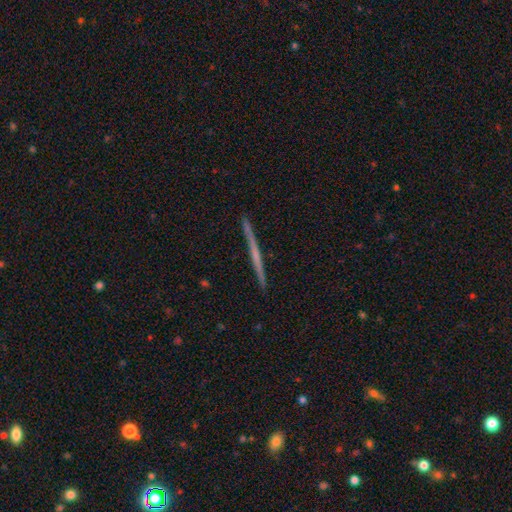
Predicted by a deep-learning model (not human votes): This appears to be a featured or disk galaxy (63%) viewed edge-on (98%) with no central bulge (79%). Merging: none (92%).